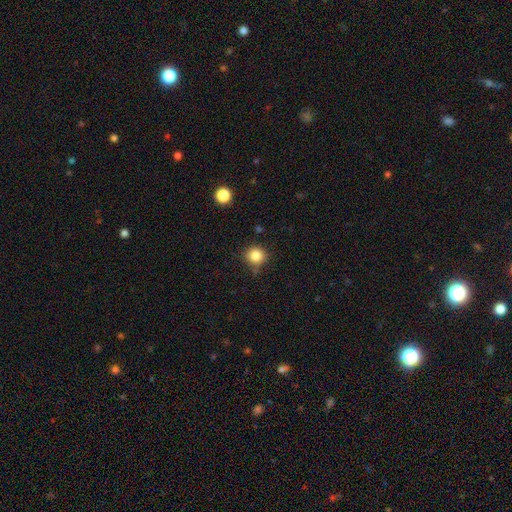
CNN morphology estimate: Smooth or featured: smooth — 83% (star or artifact — 11%)
How rounded: round — 91% (in between — 9%)
Merging: none — 76% (minor disturbance — 16%)